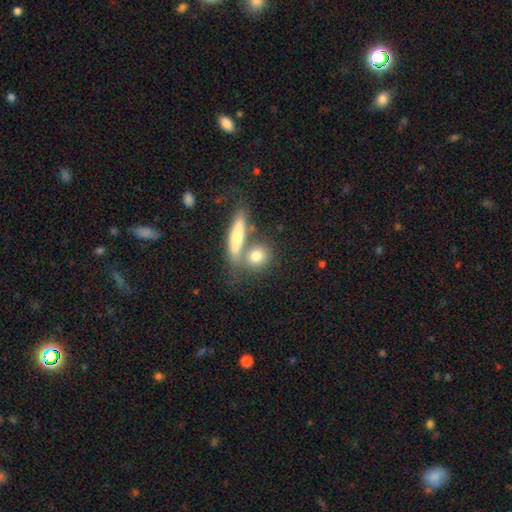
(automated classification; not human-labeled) Smooth or featured? smooth (72%)
How rounded? round (49%)
Merging? none (46%)